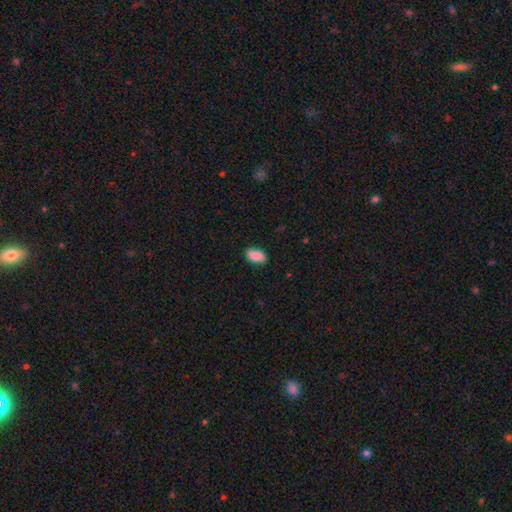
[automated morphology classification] Overall: smooth (87%). How rounded: in between (93%). Merging: none (84%).